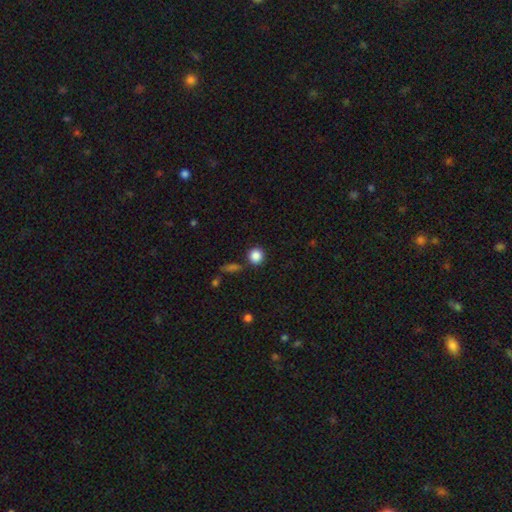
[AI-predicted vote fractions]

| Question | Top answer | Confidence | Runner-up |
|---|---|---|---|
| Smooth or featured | smooth | 86% | star or artifact (10%) |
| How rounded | round | 91% | in between (8%) |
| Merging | none | 85% | minor disturbance (7%) |